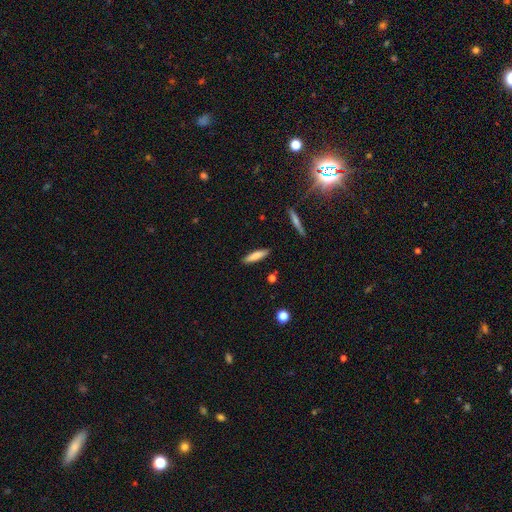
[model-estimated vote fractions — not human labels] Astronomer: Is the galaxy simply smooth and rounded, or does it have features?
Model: smooth — 78%.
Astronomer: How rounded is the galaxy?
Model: cigar-shaped — 75%.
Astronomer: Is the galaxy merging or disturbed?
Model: none — 88%.